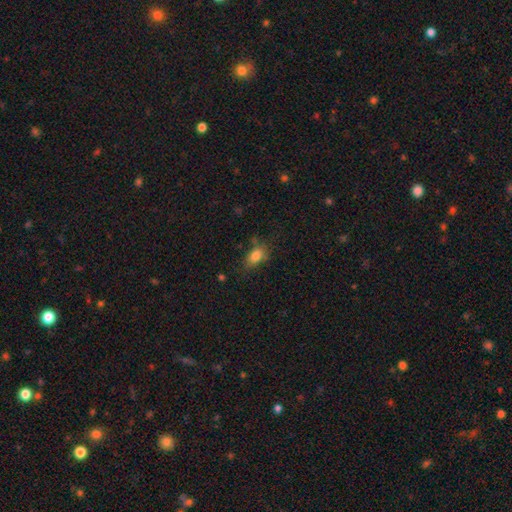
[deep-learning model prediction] Q: Smooth or featured?
A: smooth (81%); runner-up: star or artifact (10%)
Q: How rounded?
A: in between (83%); runner-up: round (13%)
Q: Merging?
A: none (67%); runner-up: minor disturbance (22%)